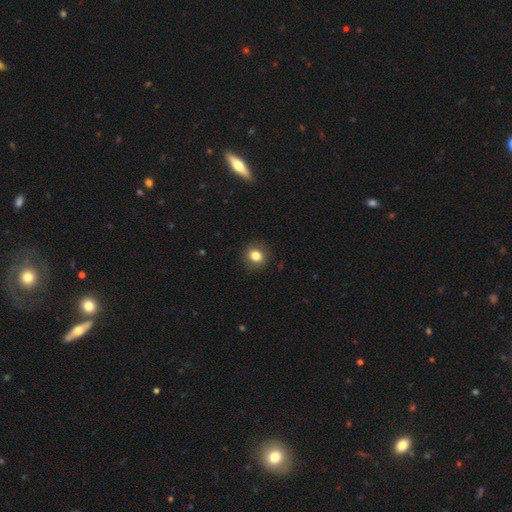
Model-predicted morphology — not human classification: This appears to be a smooth galaxy with no disk features (82%) that is round (74%). Merging: none (88%).